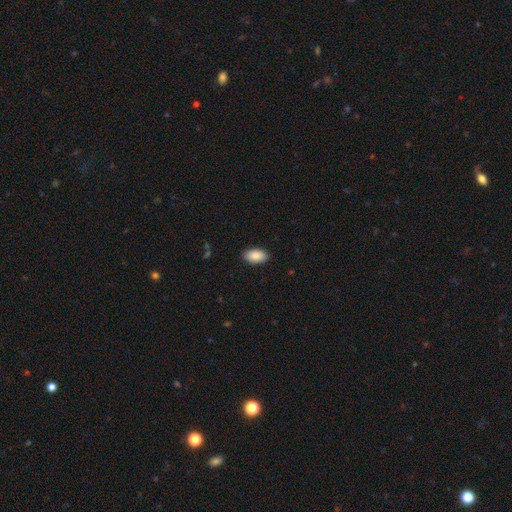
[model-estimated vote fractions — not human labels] The model was most divided on "merging": none: 89%, minor disturbance: 8%, major disturbance: 2%, merger: 1%. More confident: how rounded — in between (95%); smooth or featured — smooth (88%).